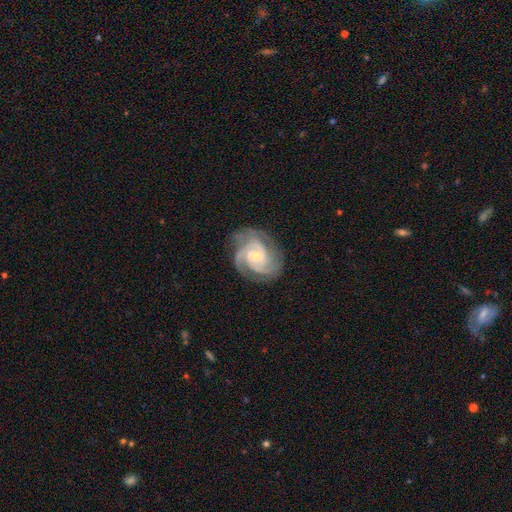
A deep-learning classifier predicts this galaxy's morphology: A featured or disk galaxy (91%) with no bar (53%), 3 (49%) tight (61%) spiral arms (98%) and a small central bulge (72%). Merging: none (75%).